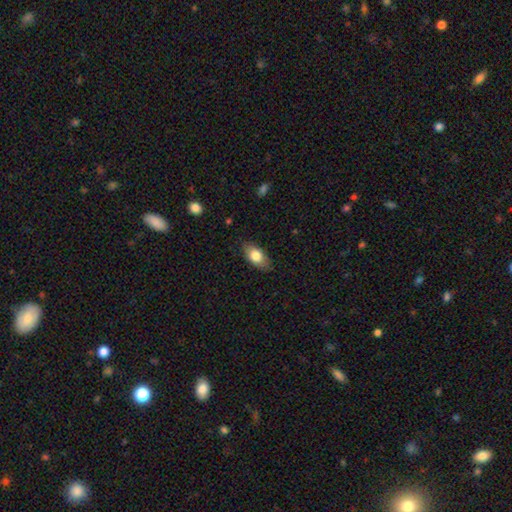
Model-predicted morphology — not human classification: Smooth or featured: smooth — 78% (featured or disk — 15%)
How rounded: in between — 90% (round — 6%)
Merging: none — 83% (minor disturbance — 14%)